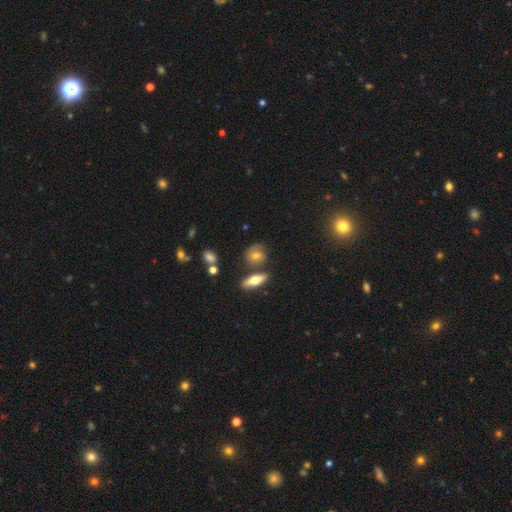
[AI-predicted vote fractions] This is possibly a smooth galaxy (51%). How rounded: possibly round (50%). Merging: possibly none (58%).